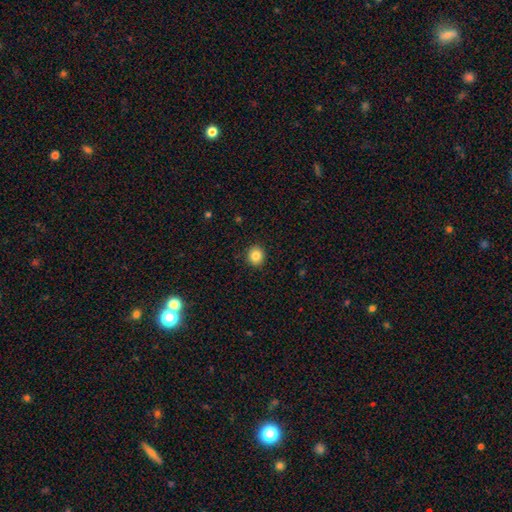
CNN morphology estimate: This is clearly a smooth galaxy (85%). How rounded: clearly round (82%). Merging: clearly none (91%).